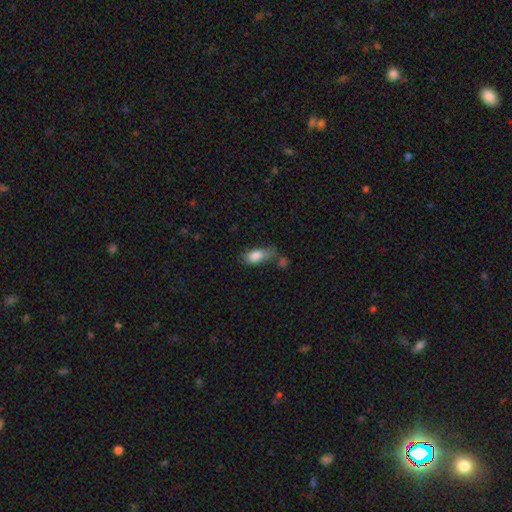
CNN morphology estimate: Smooth or featured: smooth — 82% (featured or disk — 10%)
How rounded: in between — 87% (cigar-shaped — 8%)
Merging: none — 42% (minor disturbance — 30%)